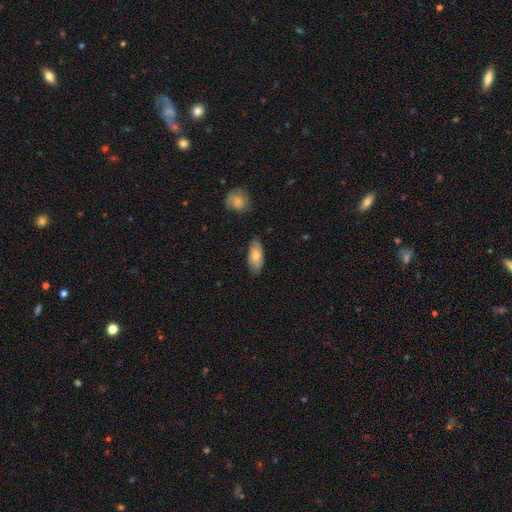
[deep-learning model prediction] Smooth or featured?
  - smooth: 71% *
  - featured or disk: 23%
  - star or artifact: 6%
How rounded?
  - in between: 88% *
  - cigar-shaped: 9%
  - round: 3%
Merging?
  - none: 78% *
  - minor disturbance: 17%
  - major disturbance: 3%
  - merger: 2%